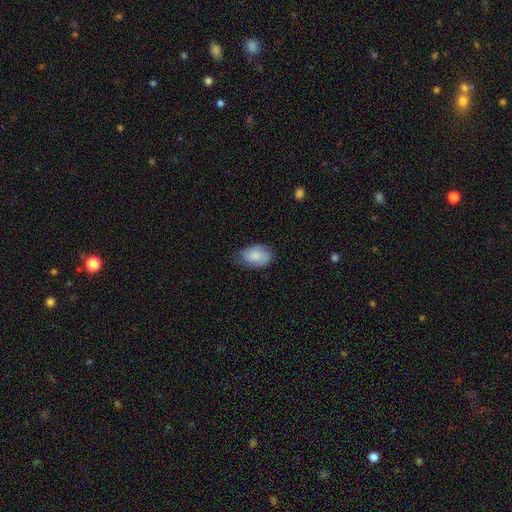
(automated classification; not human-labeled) Overall: smooth (83%). How rounded: in between (89%). Merging: none (64%; minor disturbance 29%).